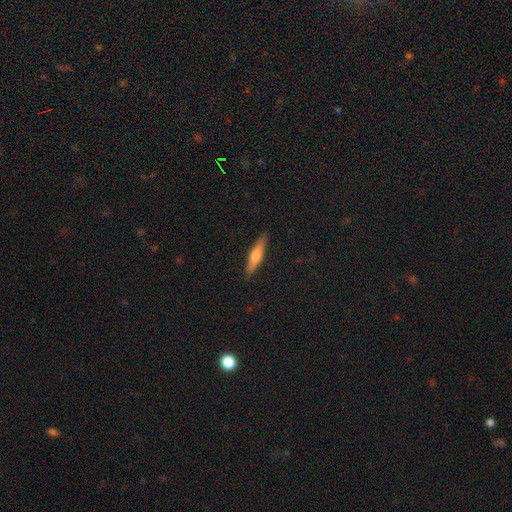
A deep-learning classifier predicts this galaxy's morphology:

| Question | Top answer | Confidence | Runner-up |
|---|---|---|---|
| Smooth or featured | smooth | 54% | featured or disk (41%) |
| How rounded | cigar-shaped | 81% | in between (17%) |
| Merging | none | 90% | minor disturbance (8%) |